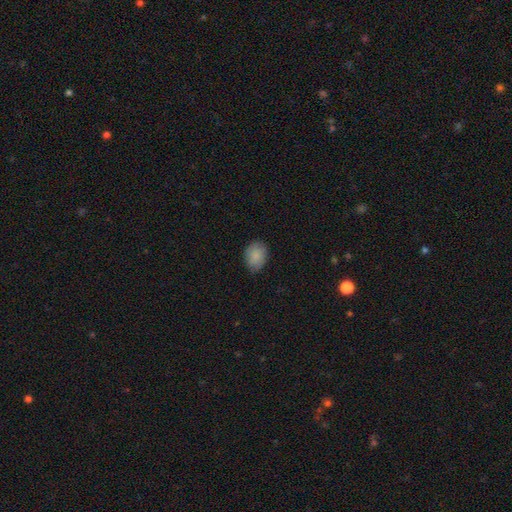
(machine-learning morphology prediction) This is clearly a smooth galaxy (86%). How rounded: likely in between (66%). Merging: likely none (77%).